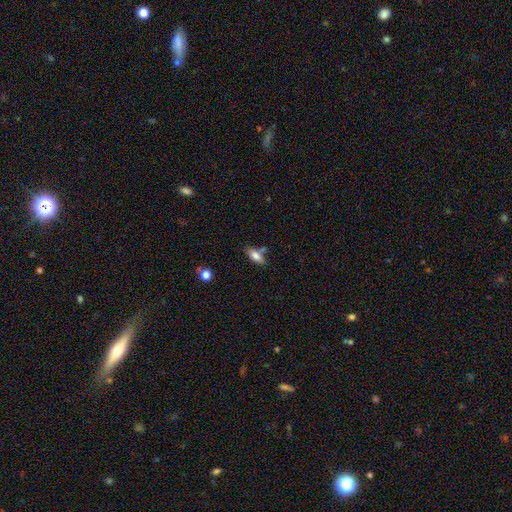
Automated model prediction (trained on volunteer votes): smooth-or-featured: smooth: 76% | featured or disk: 16% | star or artifact: 8%
  how-rounded: in between: 75% | cigar-shaped: 22% | round: 3%
  merging: none: 63% | merger: 16% | minor disturbance: 16% | major disturbance: 5%